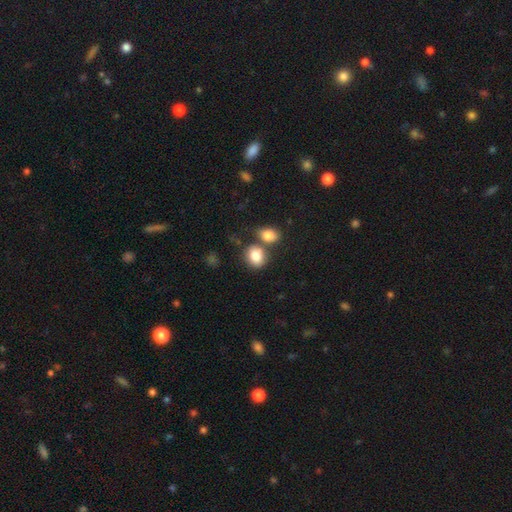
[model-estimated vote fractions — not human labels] This is clearly a smooth galaxy (83%). How rounded: possibly round (50%). Merging: possibly none (49%).